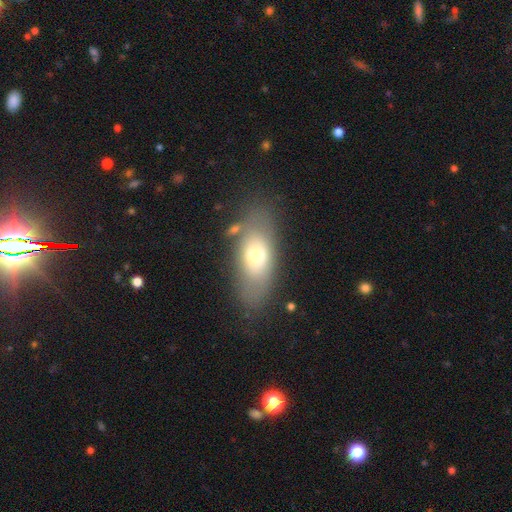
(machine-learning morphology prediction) Q: Smooth or featured?
A: smooth (62%); runner-up: featured or disk (29%)
Q: How rounded?
A: in between (82%); runner-up: cigar-shaped (14%)
Q: Merging?
A: none (68%); runner-up: minor disturbance (18%)